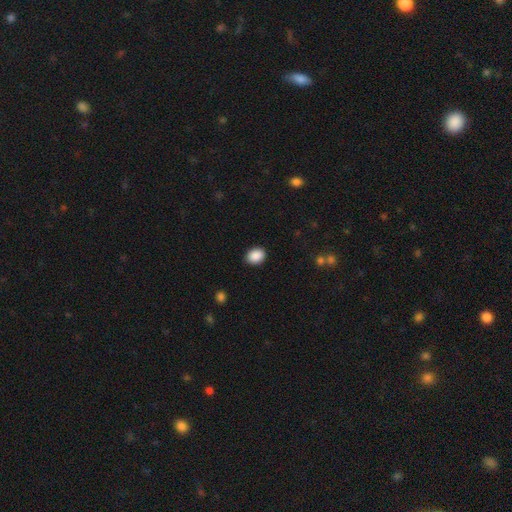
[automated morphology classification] This appears to be a smooth galaxy with no disk features (90%) that is in between round and cigar-shaped (62%). Merging: none (89%).